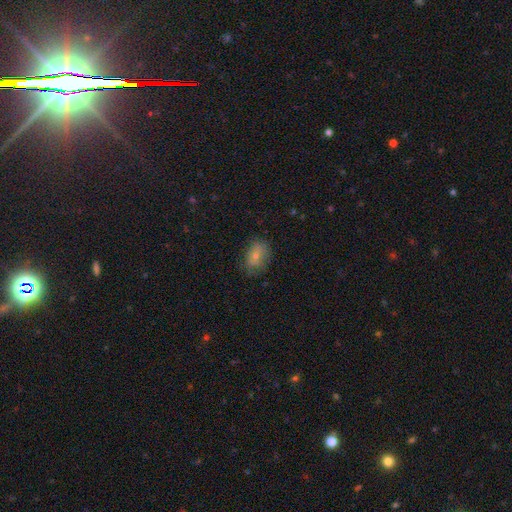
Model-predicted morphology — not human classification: Smooth or featured? smooth (72%)
How rounded? in between (77%)
Merging? none (67%)